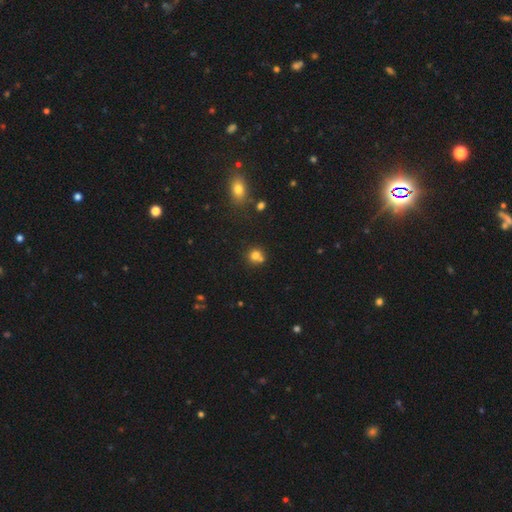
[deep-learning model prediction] Smooth or featured? Predicted: smooth (p=0.76). How rounded? Predicted: round (p=0.85). Merging? Predicted: none (p=0.54).